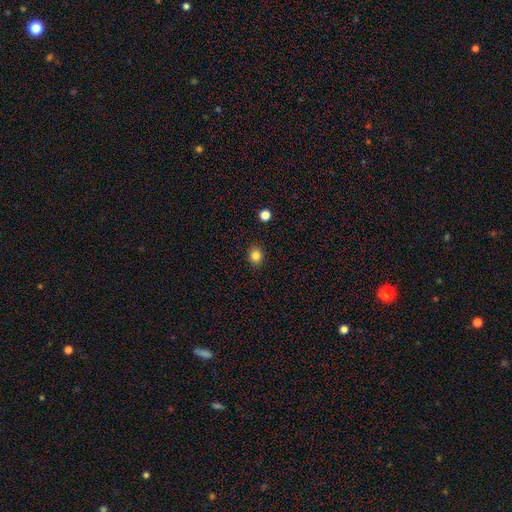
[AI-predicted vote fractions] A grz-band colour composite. It shows a smooth galaxy with no disk features (83%) that is round (64%). Merging: none (89%).